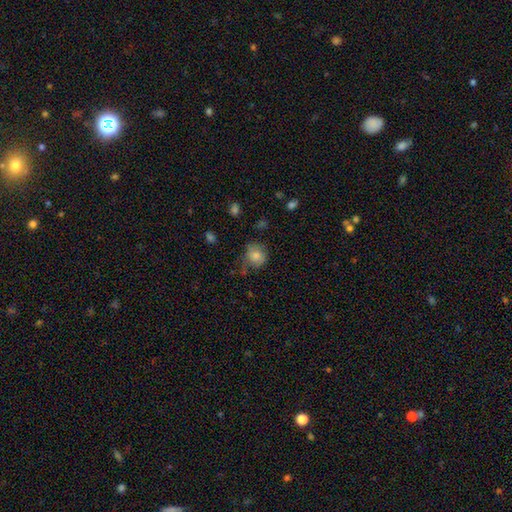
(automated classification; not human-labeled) A smooth galaxy with no disk features (79%) that is round (72%).

Vote fractions:
- Smooth or featured? smooth: 79% / featured or disk: 11% / star or artifact: 9%
- How rounded? round: 72% / in between: 27% / cigar-shaped: 1%
- Merging? none: 57% / minor disturbance: 29% / major disturbance: 11% / merger: 3%